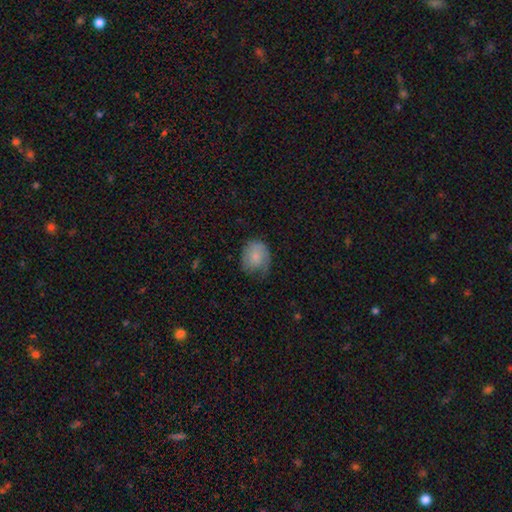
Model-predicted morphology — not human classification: Smooth or featured: smooth — 63% (featured or disk — 30%)
How rounded: round — 52% (in between — 47%)
Merging: none — 45% (minor disturbance — 33%)